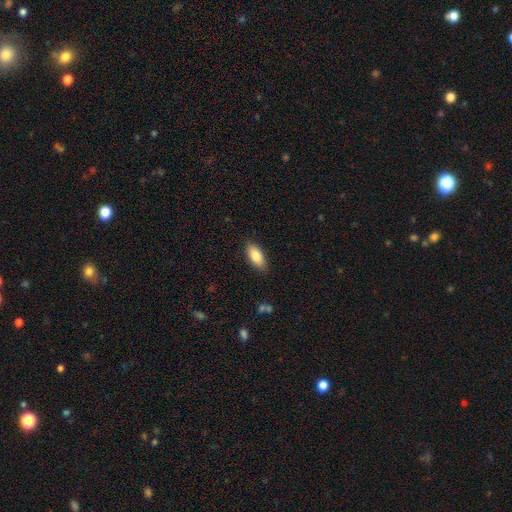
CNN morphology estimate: smooth 83%, featured or disk 11%, star or artifact 6%. Down the decision tree: how rounded — in between (86%); merging — none (87%).